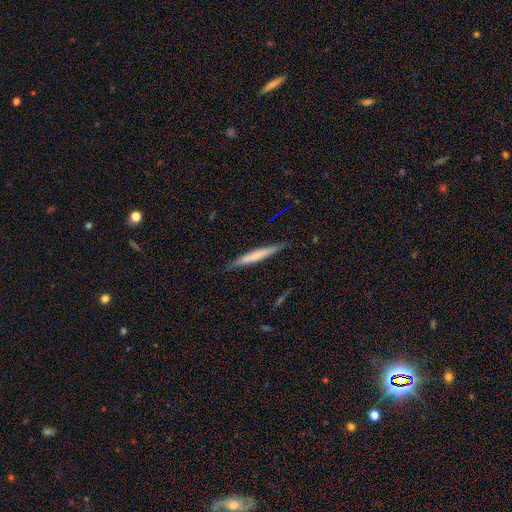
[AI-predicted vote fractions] Smooth or featured? Predicted: smooth (p=0.56). How rounded? Predicted: cigar-shaped (p=0.95). Merging? Predicted: none (p=0.87).